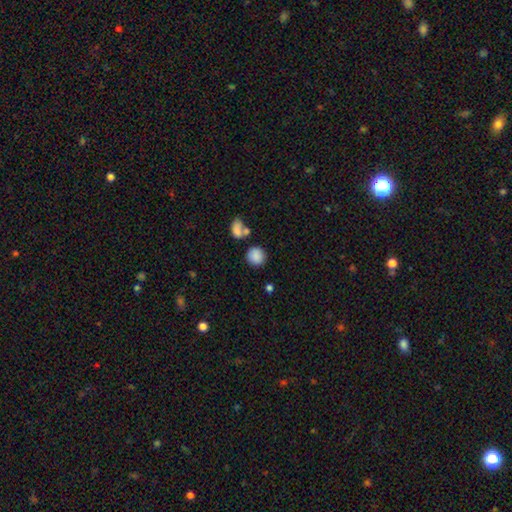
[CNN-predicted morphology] Overall: smooth (86%). How rounded: round (83%). Merging: none (70%).